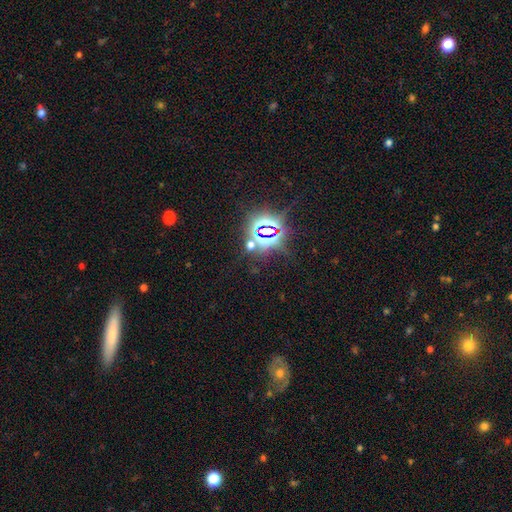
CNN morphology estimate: Smooth or featured: star or artifact — 79% (smooth — 12%)